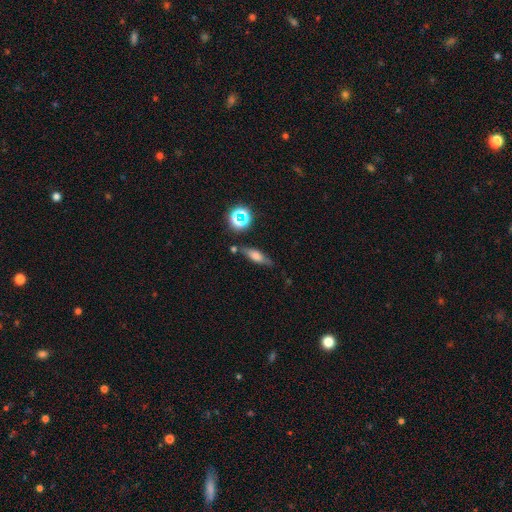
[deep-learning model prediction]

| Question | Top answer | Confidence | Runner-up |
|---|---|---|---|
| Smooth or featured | smooth | 55% | featured or disk (30%) |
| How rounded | in between | 48% | cigar-shaped (44%) |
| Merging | none | 72% | minor disturbance (17%) |